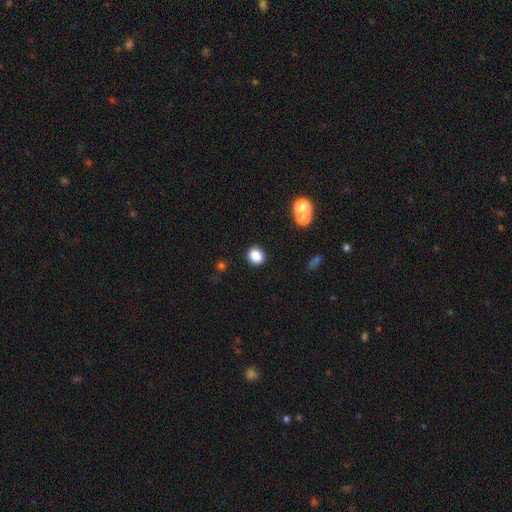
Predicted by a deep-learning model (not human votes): Smooth or featured? smooth (86%)
How rounded? round (71%)
Merging? none (88%)